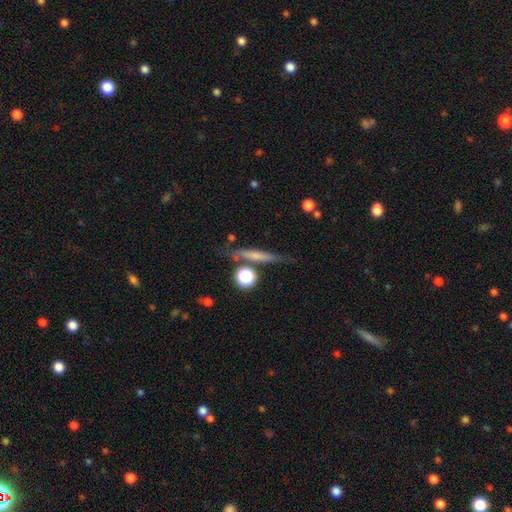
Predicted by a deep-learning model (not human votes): Q: Smooth or featured?
A: smooth (51%); runner-up: featured or disk (39%)
Q: How rounded?
A: cigar-shaped (80%); runner-up: round (11%)
Q: Merging?
A: none (74%); runner-up: minor disturbance (15%)